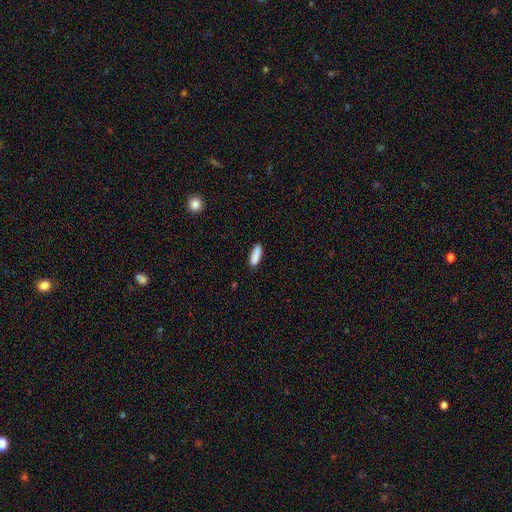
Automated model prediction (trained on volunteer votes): Smooth or featured? smooth (89%)
How rounded? in between (56%)
Merging? none (86%)